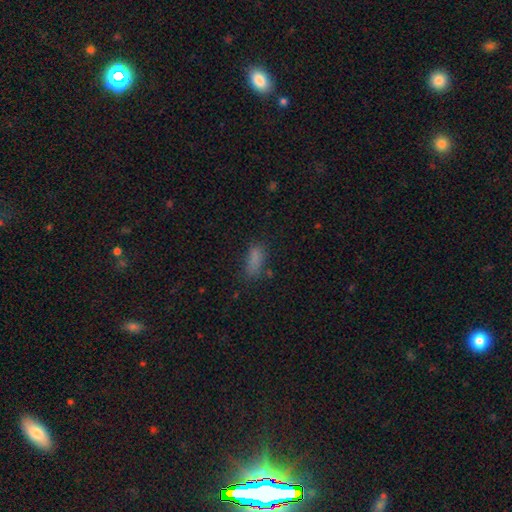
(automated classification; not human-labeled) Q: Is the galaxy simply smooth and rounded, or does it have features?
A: smooth — 79%.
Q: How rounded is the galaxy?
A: in between — 66%.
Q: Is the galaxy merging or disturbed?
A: none — 66%.